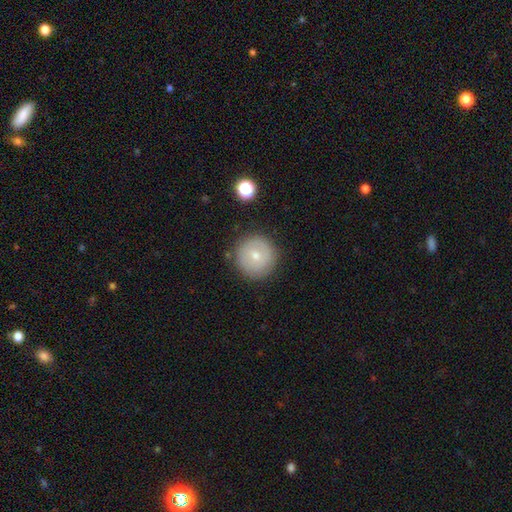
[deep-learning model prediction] Overall: smooth (67%). How rounded: round (96%). Merging: none (87%).